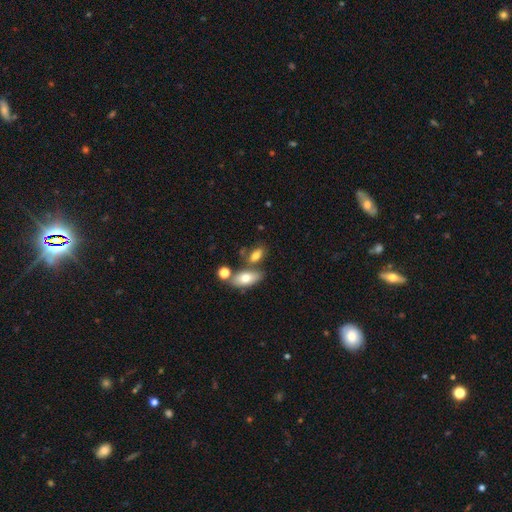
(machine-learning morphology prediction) smooth 75%, featured or disk 16%, star or artifact 9%. Down the decision tree: how rounded — in between (82%); merging — none (57%).